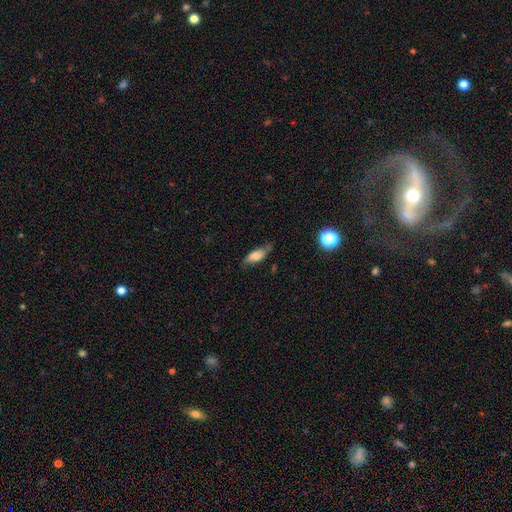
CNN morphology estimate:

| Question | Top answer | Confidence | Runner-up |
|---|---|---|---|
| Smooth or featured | smooth | 70% | featured or disk (21%) |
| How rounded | in between | 76% | cigar-shaped (20%) |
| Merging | none | 61% | minor disturbance (29%) |